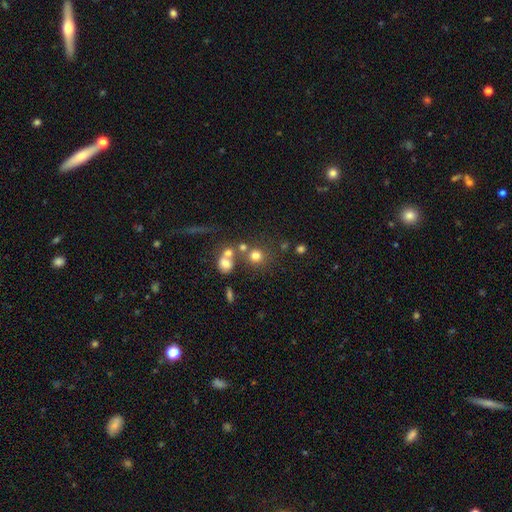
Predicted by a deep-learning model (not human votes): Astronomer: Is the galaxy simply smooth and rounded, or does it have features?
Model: smooth — 72%.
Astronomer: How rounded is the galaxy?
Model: round — 88%.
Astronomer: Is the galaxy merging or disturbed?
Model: none — 64%.